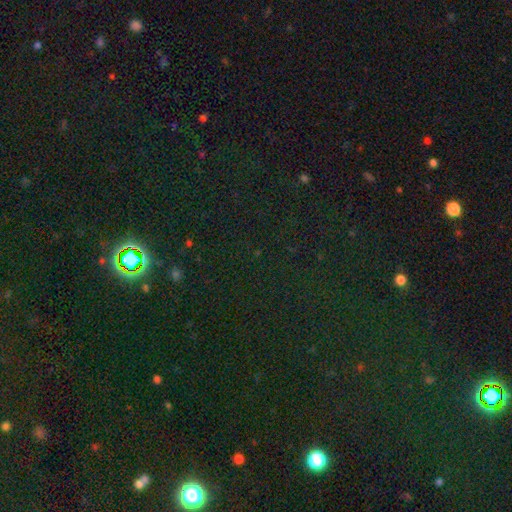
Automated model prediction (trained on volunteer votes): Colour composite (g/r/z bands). It shows a star or artifact, not a galaxy (81%).